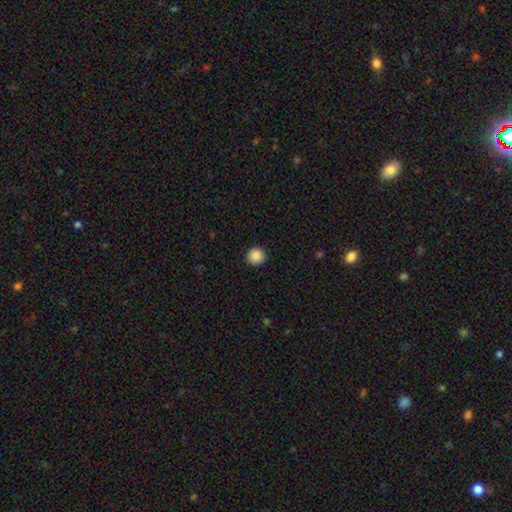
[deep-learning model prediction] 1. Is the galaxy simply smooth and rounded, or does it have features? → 88% smooth, 9% star or artifact, 2% featured or disk.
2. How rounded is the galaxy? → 93% round, 6% in between, 1% cigar-shaped.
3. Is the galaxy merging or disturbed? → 92% none, 5% minor disturbance, 2% major disturbance, 1% merger.